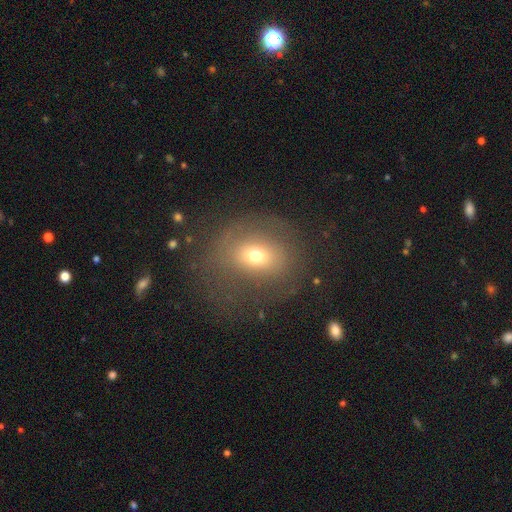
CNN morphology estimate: The model was most divided on "how rounded": round: 53%, in between: 46%, cigar-shaped: 1%. More confident: merging — none (59%); smooth or featured — smooth (59%).